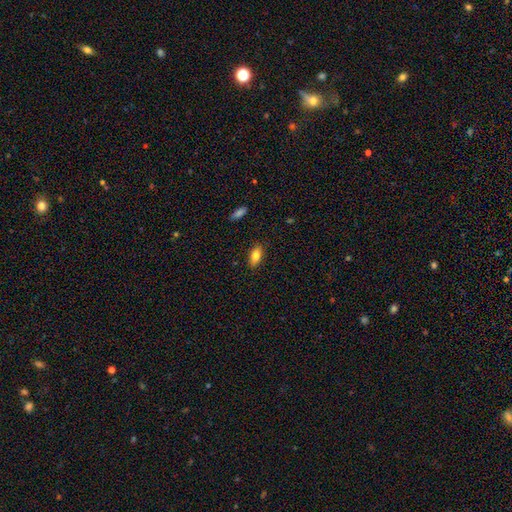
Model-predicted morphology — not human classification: Smooth or featured? Predicted: smooth (p=0.78). How rounded? Predicted: in between (p=0.85). Merging? Predicted: none (p=0.87).